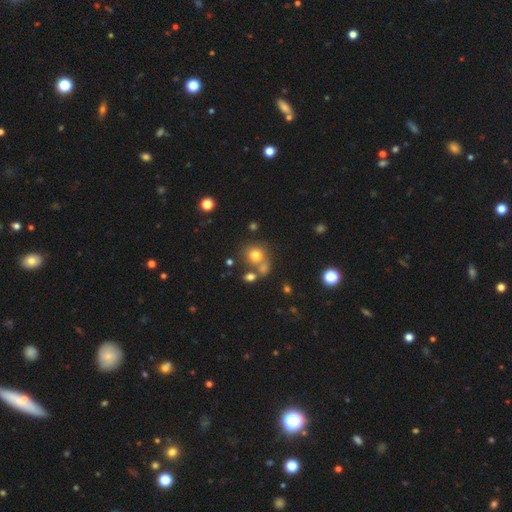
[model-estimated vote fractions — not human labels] Q: Smooth or featured?
A: smooth (73%); runner-up: star or artifact (16%)
Q: How rounded?
A: round (81%); runner-up: in between (18%)
Q: Merging?
A: none (56%); runner-up: merger (28%)